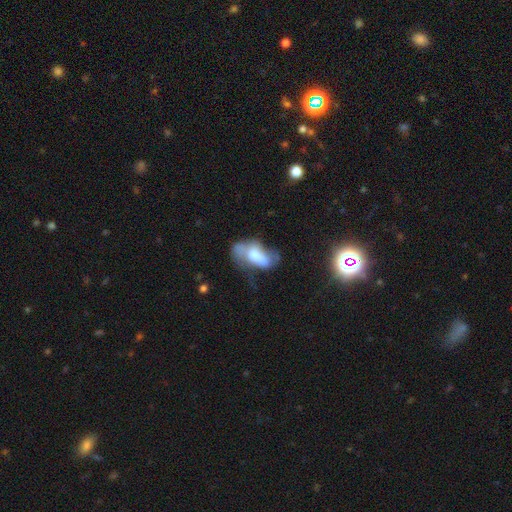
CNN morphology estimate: The model was most divided on "merging": major disturbance: 39%, minor disturbance: 24%, none: 23%, merger: 15%. More confident: how rounded — in between (85%); smooth or featured — smooth (55%).